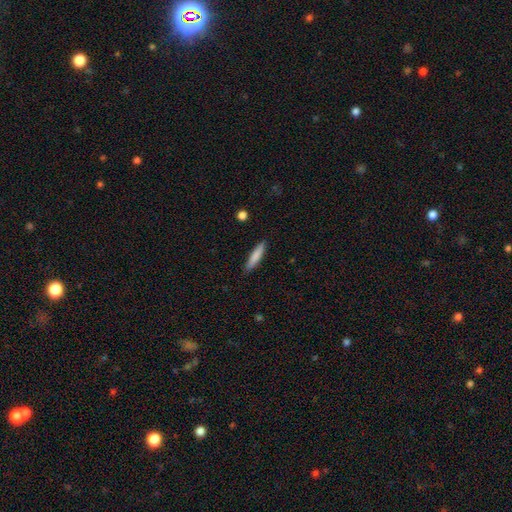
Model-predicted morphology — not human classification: smooth 81%, featured or disk 13%, star or artifact 6%. Down the decision tree: how rounded — cigar-shaped (86%); merging — none (88%).